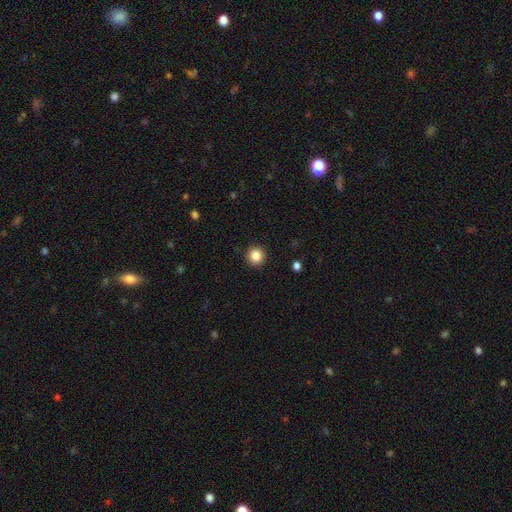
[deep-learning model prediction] Smooth or featured? Predicted: smooth (p=0.85). How rounded? Predicted: round (p=0.94). Merging? Predicted: none (p=0.92).